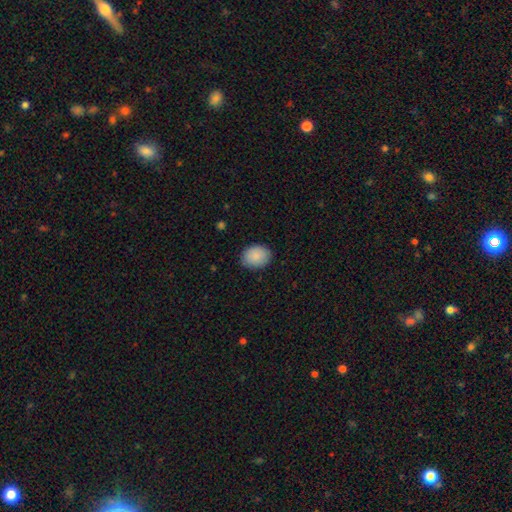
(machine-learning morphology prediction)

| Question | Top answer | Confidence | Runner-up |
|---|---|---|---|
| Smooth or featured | smooth | 89% | star or artifact (7%) |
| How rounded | in between | 59% | round (40%) |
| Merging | none | 85% | minor disturbance (12%) |